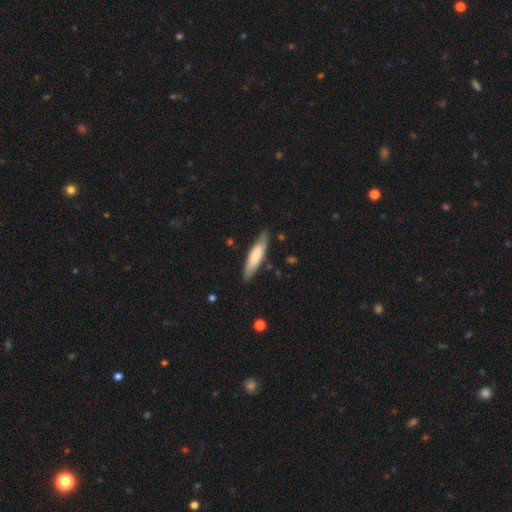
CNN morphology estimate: The model was most divided on "smooth or featured": smooth: 68%, featured or disk: 27%, star or artifact: 5%. More confident: merging — none (85%); how rounded — cigar-shaped (73%).